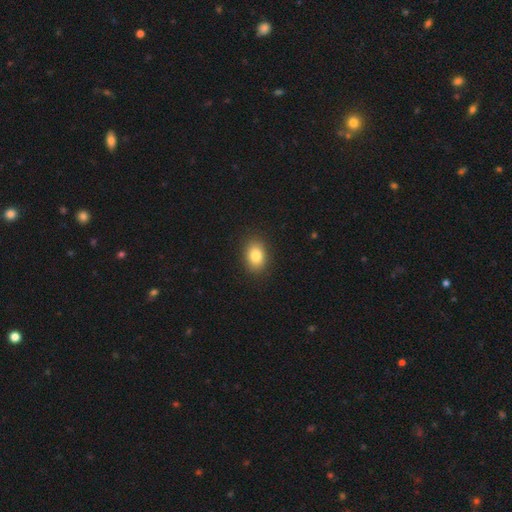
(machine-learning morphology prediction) Smooth or featured: smooth — 83% (star or artifact — 9%)
How rounded: in between — 75% (round — 24%)
Merging: none — 89% (minor disturbance — 8%)